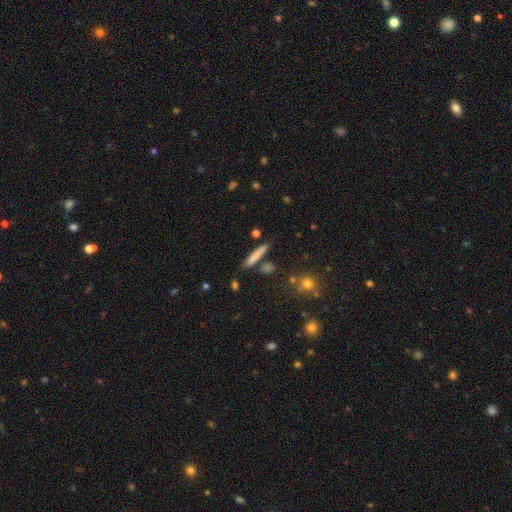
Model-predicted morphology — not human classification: A smooth galaxy with no disk features (75%) that is cigar-shaped (89%).

Vote fractions:
- Smooth or featured? smooth: 75% / featured or disk: 17% / star or artifact: 8%
- How rounded? cigar-shaped: 89% / in between: 8% / round: 2%
- Merging? none: 79% / minor disturbance: 11% / merger: 7% / major disturbance: 3%